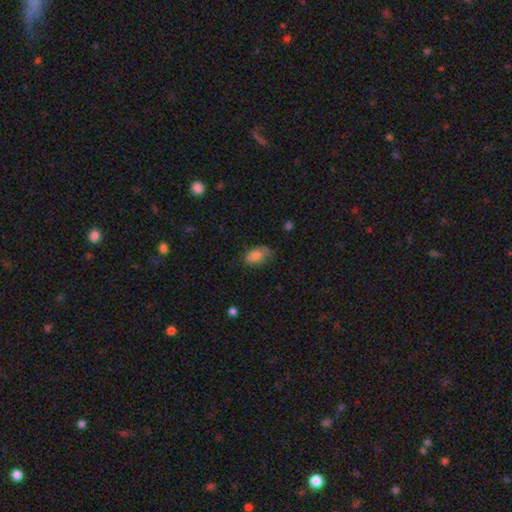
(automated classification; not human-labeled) Morphology: type=smooth (70%); roundness=in between (89%); merging=none (55%).